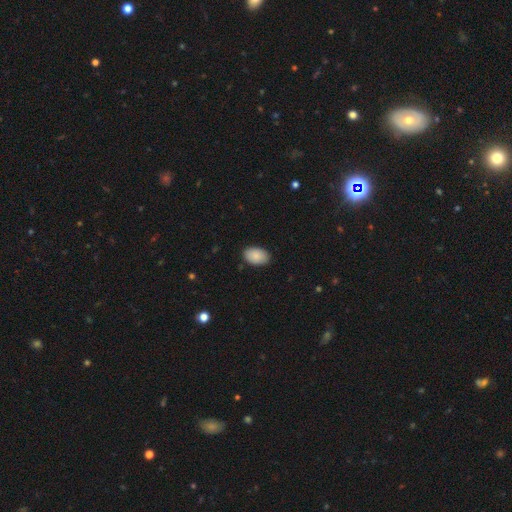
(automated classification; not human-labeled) A smooth galaxy with no disk features (89%) that is in between round and cigar-shaped (90%). Merging: none (87%).